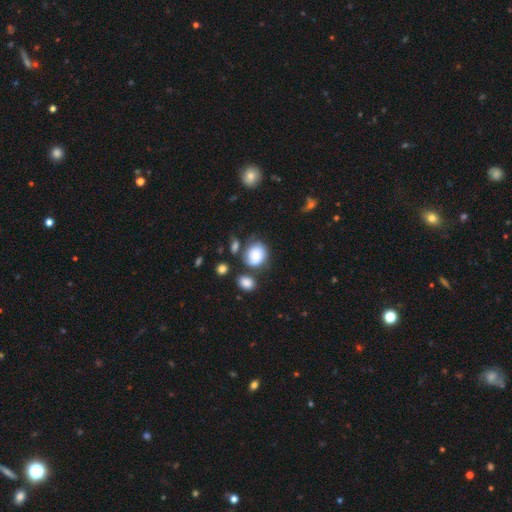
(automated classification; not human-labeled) This appears to be a smooth galaxy with no disk features (74%) that is round (60%). Merging: none (50%).